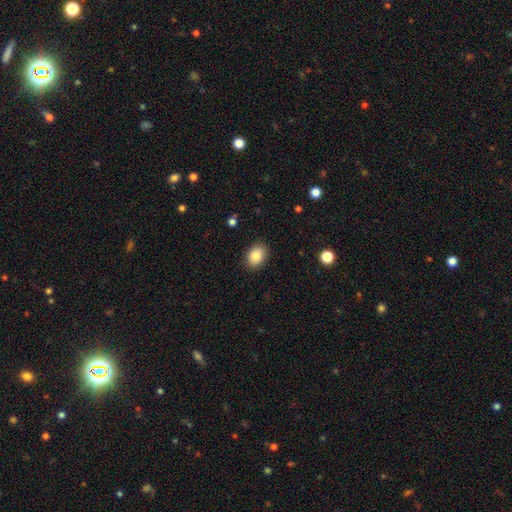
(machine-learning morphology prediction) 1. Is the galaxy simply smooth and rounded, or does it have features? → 85% smooth, 8% star or artifact, 7% featured or disk.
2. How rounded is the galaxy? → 77% in between, 22% round, 1% cigar-shaped.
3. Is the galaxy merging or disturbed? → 88% none, 8% minor disturbance, 2% major disturbance, 1% merger.